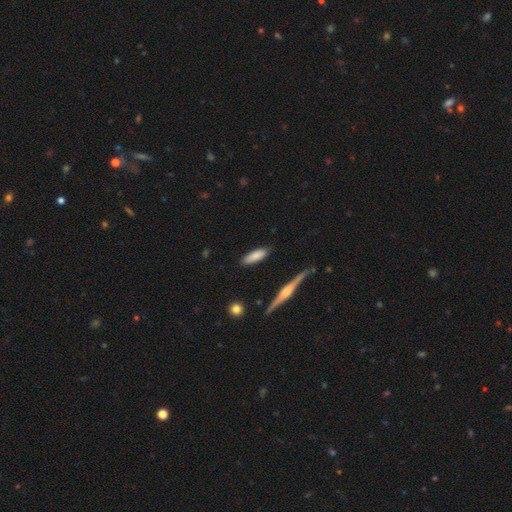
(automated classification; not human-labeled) A smooth galaxy with no disk features (80%) that is in between round and cigar-shaped (57%).

Vote fractions:
- Smooth or featured? smooth: 80% / featured or disk: 14% / star or artifact: 6%
- How rounded? in between: 57% / cigar-shaped: 40% / round: 2%
- Merging? none: 83% / minor disturbance: 12% / major disturbance: 3% / merger: 2%